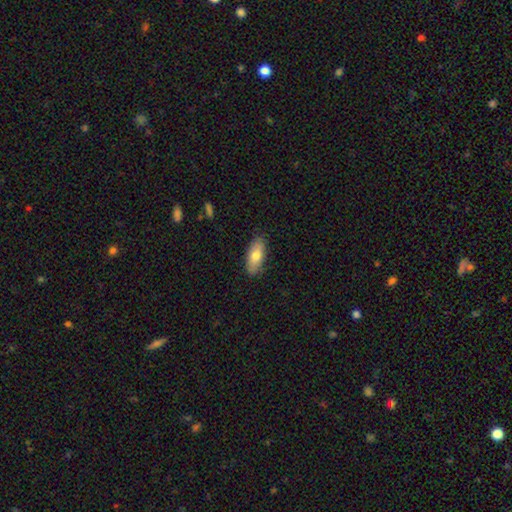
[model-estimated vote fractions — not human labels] Q: Smooth or featured?
A: smooth (74%); runner-up: featured or disk (20%)
Q: How rounded?
A: in between (84%); runner-up: cigar-shaped (14%)
Q: Merging?
A: none (84%); runner-up: minor disturbance (13%)